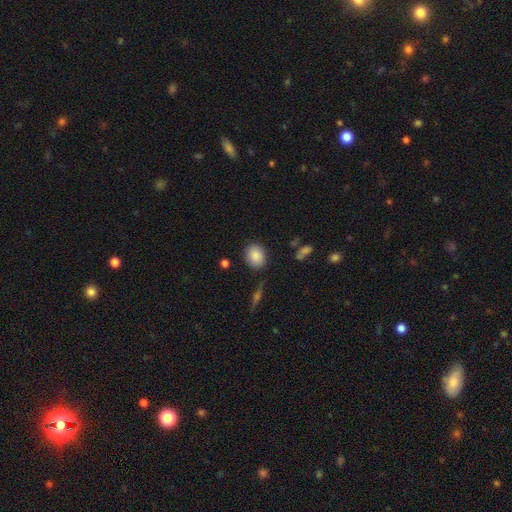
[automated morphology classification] The model was most divided on "how rounded": round: 51%, in between: 47%, cigar-shaped: 1%. More confident: smooth or featured — smooth (87%); merging — none (85%).